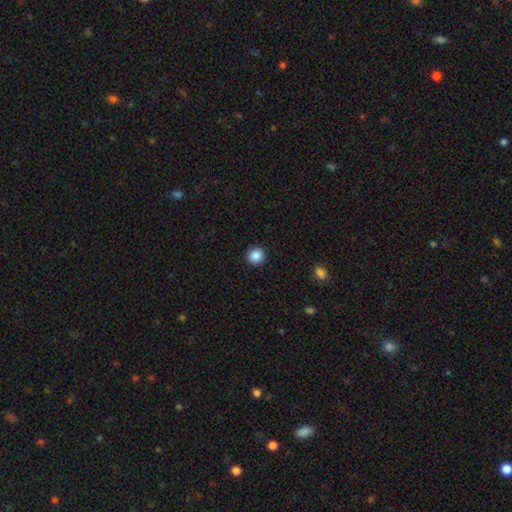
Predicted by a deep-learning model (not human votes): Smooth or featured: smooth — 87% (star or artifact — 9%)
How rounded: round — 93% (in between — 6%)
Merging: none — 93% (minor disturbance — 5%)